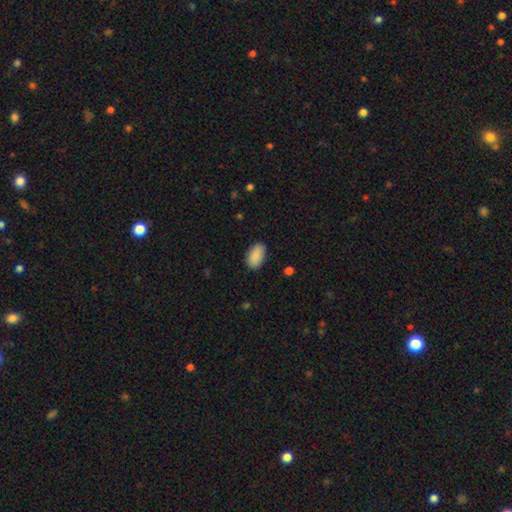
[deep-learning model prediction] Q: Smooth or featured?
A: smooth (90%); runner-up: star or artifact (7%)
Q: How rounded?
A: in between (93%); runner-up: round (5%)
Q: Merging?
A: none (85%); runner-up: minor disturbance (11%)